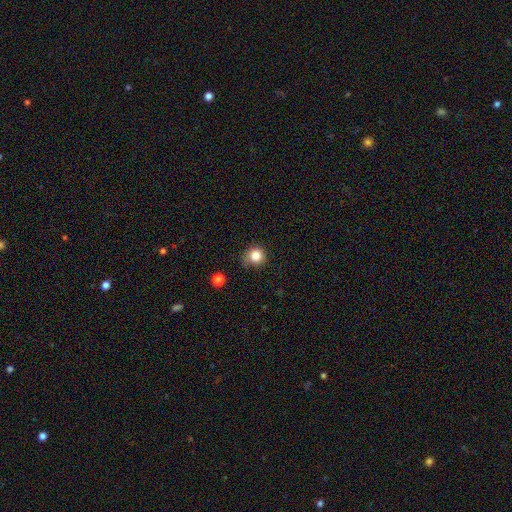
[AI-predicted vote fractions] This is clearly a smooth galaxy (83%). How rounded: clearly round (89%). Merging: likely none (70%).